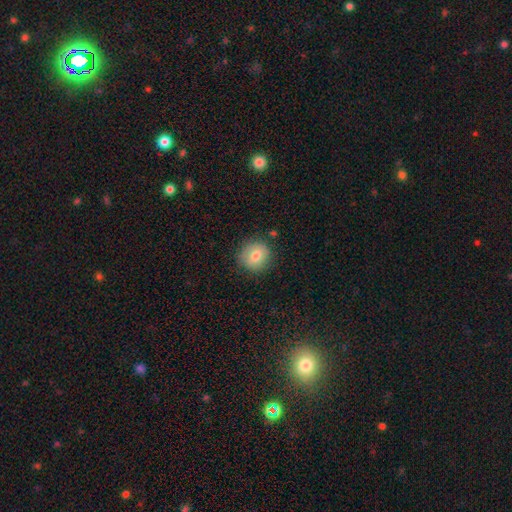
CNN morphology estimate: The model was most divided on "smooth or featured": smooth: 77%, featured or disk: 14%, star or artifact: 9%. More confident: how rounded — round (88%); merging — none (84%).